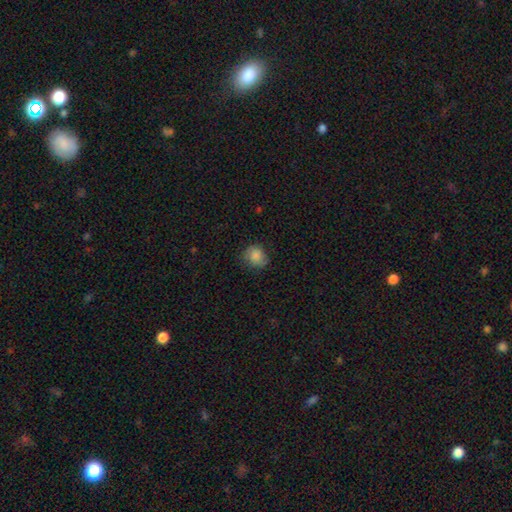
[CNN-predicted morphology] A smooth galaxy with no disk features (84%) that is round (73%).

Vote fractions:
- Smooth or featured? smooth: 84% / star or artifact: 9% / featured or disk: 7%
- How rounded? round: 73% / in between: 26% / cigar-shaped: 1%
- Merging? none: 73% / minor disturbance: 21% / major disturbance: 5% / merger: 1%